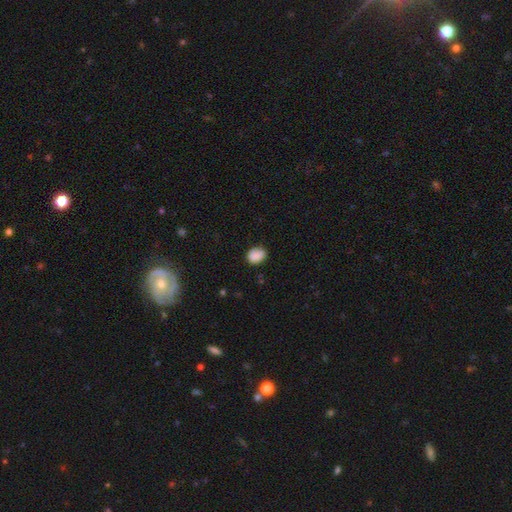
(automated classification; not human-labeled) The model was most divided on "how rounded": in between: 59%, round: 40%, cigar-shaped: 1%. More confident: smooth or featured — smooth (86%); merging — none (70%).